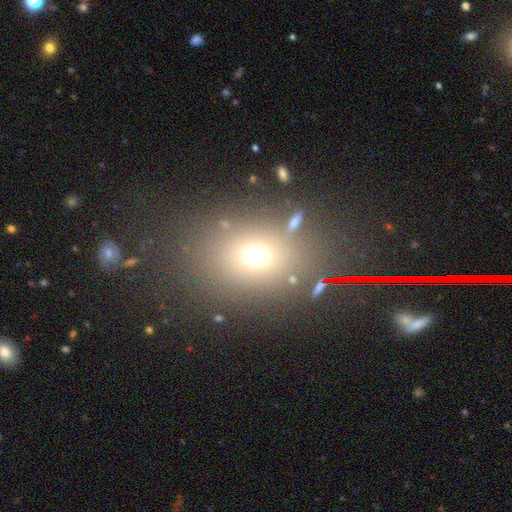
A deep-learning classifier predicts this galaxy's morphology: Smooth or featured: smooth — 64% (star or artifact — 26%)
How rounded: round — 55% (in between — 44%)
Merging: none — 75% (minor disturbance — 10%)